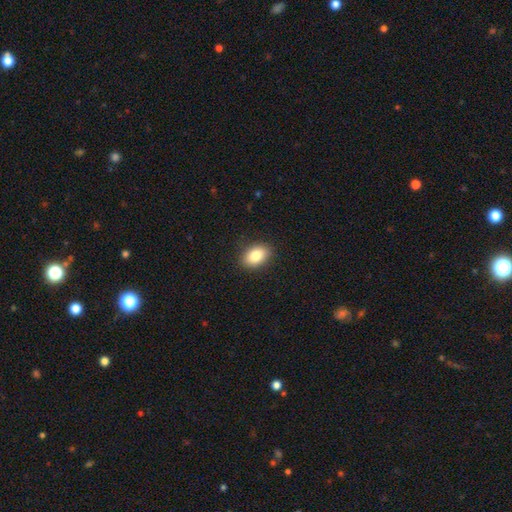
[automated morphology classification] This appears to be a smooth galaxy with no disk features (83%) that is in between round and cigar-shaped (82%). Merging: none (88%).